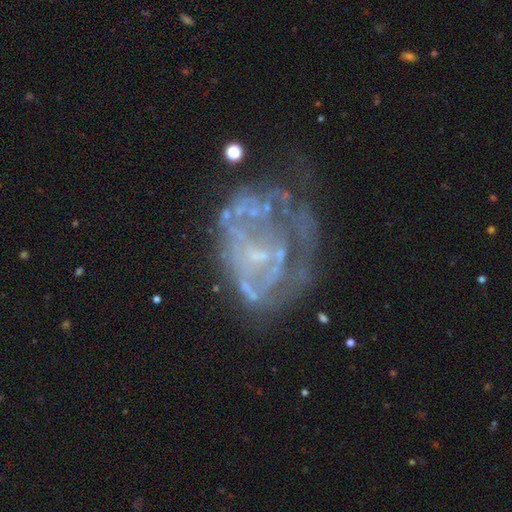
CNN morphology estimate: Smooth or featured?
  - featured or disk: 73% *
  - smooth: 14%
  - star or artifact: 13%
Edge-on disk?
  - no: 98% *
  - yes: 2%
Bar?
  - no: 74% *
  - weak: 20%
  - strong: 5%
Spiral arms?
  - no: 66% *
  - yes: 34%
Bulge size?
  - none: 47% *
  - small: 39%
  - moderate: 11%
  - large: 2%
  - dominant: 1%
Merging?
  - major disturbance: 39% *
  - none: 33%
  - minor disturbance: 21%
  - merger: 7%